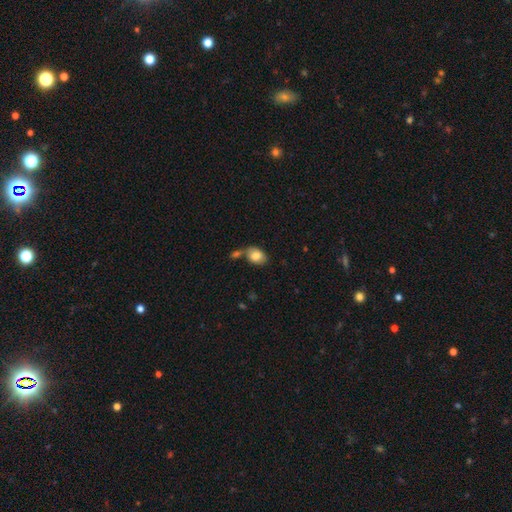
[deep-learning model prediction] smooth 83%, featured or disk 10%, star or artifact 7%. Down the decision tree: how rounded — in between (80%); merging — none (53%).